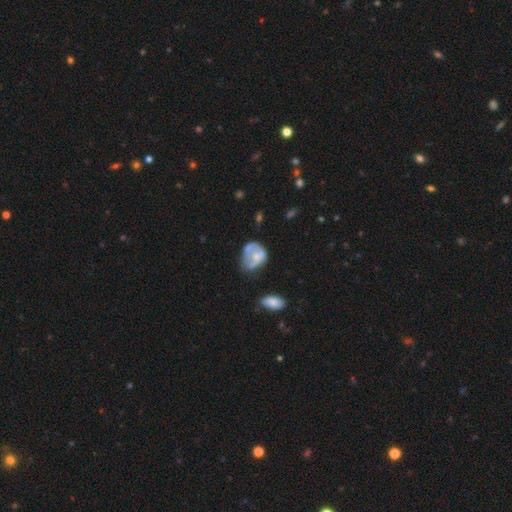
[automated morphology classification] Smooth or featured: smooth — 46% (featured or disk — 45%)
Merging: major disturbance — 31% (tied with minor disturbance — 31%)